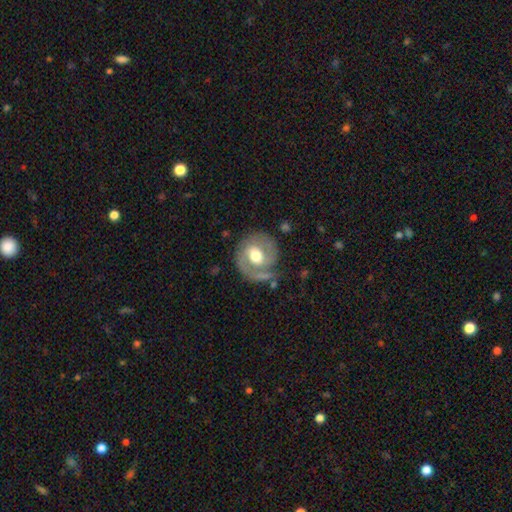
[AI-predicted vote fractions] A featured or disk galaxy (77%) with a weak bar (44%), 2 (73%) medium (43%, tied with tight) spiral arms (88%) and a moderate central bulge (71%).

Vote fractions:
- Smooth or featured? featured or disk: 77% / smooth: 18% / star or artifact: 5%
- Edge-on disk? no: 98% / yes: 2%
- Bar? weak: 44% / no: 42% / strong: 14%
- Spiral arms? yes: 88% / no: 12%
- Spiral winding? medium: 43% (tied) / tight: 43% (tied) / loose: 14%
- Spiral arm count? 2: 73% / 1: 15% / can't tell: 7% / 3: 2% / 4: 1% / more than 4: 1%
- Bulge size? moderate: 71% / large: 19% / small: 8% / dominant: 1% / none: 1%
- Merging? none: 70% / minor disturbance: 17% / major disturbance: 9% / merger: 4%